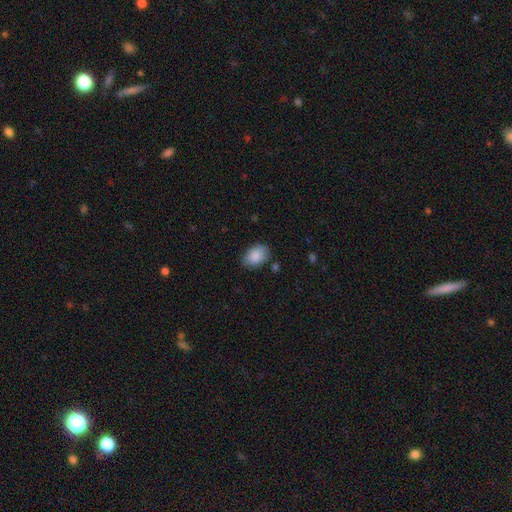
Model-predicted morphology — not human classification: Smooth or featured?
  - smooth: 88% *
  - star or artifact: 7%
  - featured or disk: 5%
How rounded?
  - in between: 86% *
  - round: 13%
  - cigar-shaped: 1%
Merging?
  - none: 80% *
  - minor disturbance: 15%
  - major disturbance: 3%
  - merger: 2%